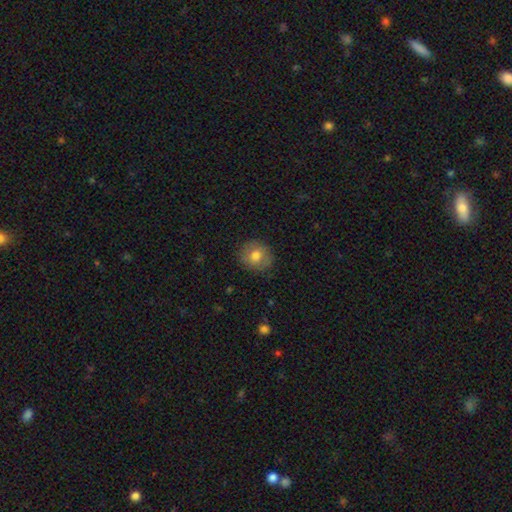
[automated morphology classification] smooth-or-featured: smooth: 74% | featured or disk: 17% | star or artifact: 9%
  how-rounded: round: 85% | in between: 14% | cigar-shaped: 1%
  merging: none: 85% | minor disturbance: 11% | major disturbance: 3% | merger: 1%